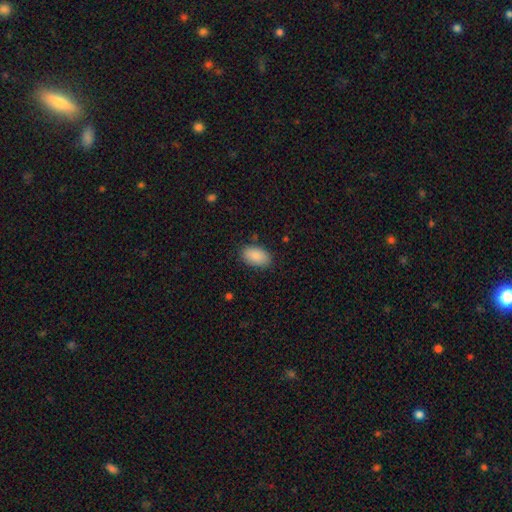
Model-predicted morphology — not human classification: smooth-or-featured: smooth: 88% | star or artifact: 7% | featured or disk: 6%
  how-rounded: in between: 94% | round: 5% | cigar-shaped: 1%
  merging: none: 84% | minor disturbance: 12% | major disturbance: 3% | merger: 1%